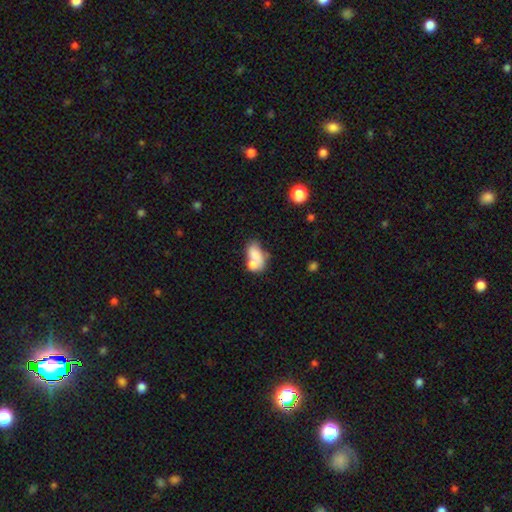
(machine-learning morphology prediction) A smooth galaxy with no disk features (67%) that is in between round and cigar-shaped (84%). Merging: merger (52%).